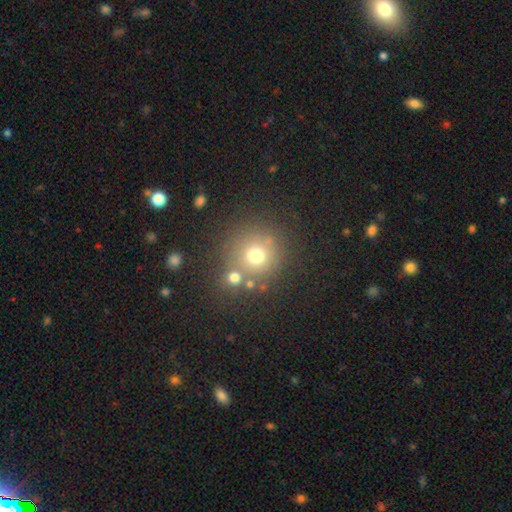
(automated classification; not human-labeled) A smooth galaxy with no disk features (68%) that is round (92%).

Vote fractions:
- Smooth or featured? smooth: 68% / star or artifact: 19% / featured or disk: 13%
- How rounded? round: 92% / in between: 7% / cigar-shaped: 1%
- Merging? none: 69% / merger: 16% / minor disturbance: 10% / major disturbance: 5%